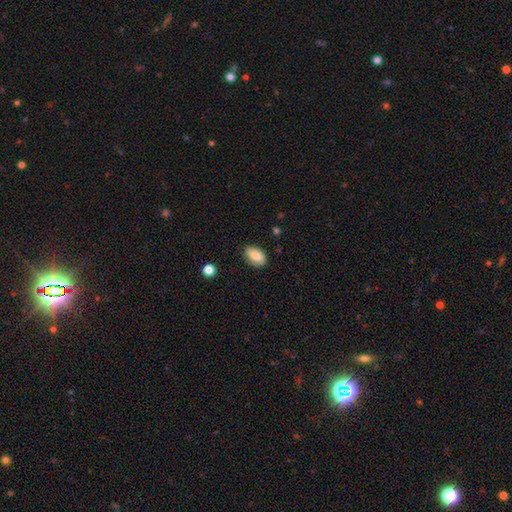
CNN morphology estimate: type=smooth (81%); roundness=in between (91%); merging=none (83%).